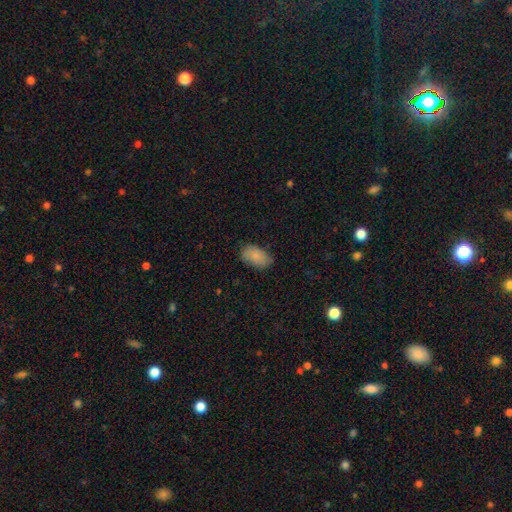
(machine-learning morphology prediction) Q: Smooth or featured?
A: smooth (85%); runner-up: featured or disk (9%)
Q: How rounded?
A: in between (93%); runner-up: round (5%)
Q: Merging?
A: none (77%); runner-up: minor disturbance (19%)